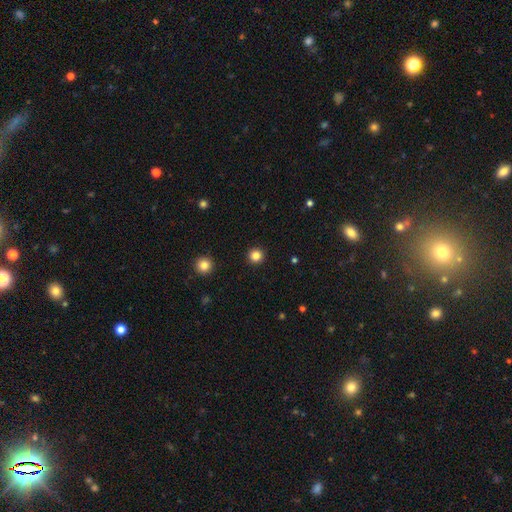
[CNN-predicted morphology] This appears to be a smooth galaxy with no disk features (82%) that is round (95%). Merging: none (93%).